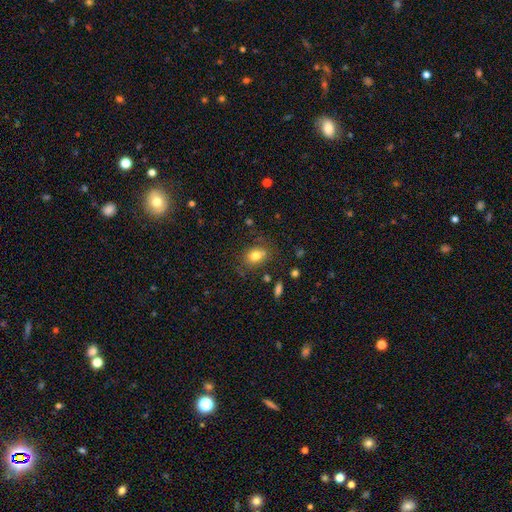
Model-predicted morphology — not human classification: A smooth galaxy with no disk features (78%) that is in between round and cigar-shaped (60%).

Vote fractions:
- Smooth or featured? smooth: 78% / star or artifact: 11% / featured or disk: 11%
- How rounded? in between: 60% / round: 39% / cigar-shaped: 1%
- Merging? none: 72% / minor disturbance: 17% / merger: 6% / major disturbance: 5%